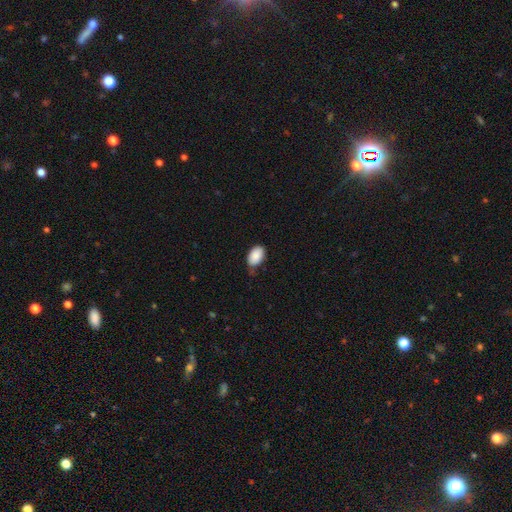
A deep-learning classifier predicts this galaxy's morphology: This is clearly a smooth galaxy (90%). How rounded: clearly in between (92%). Merging: likely none (73%).